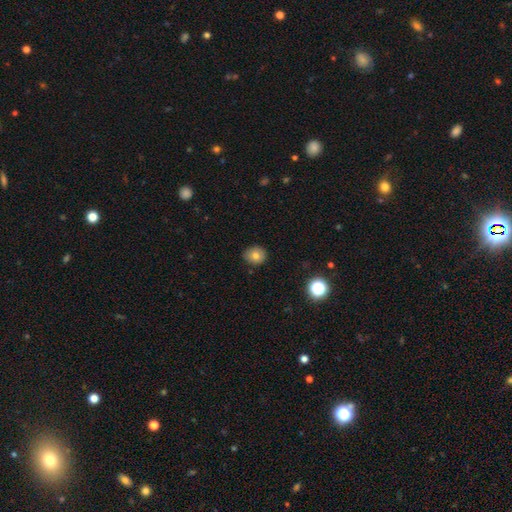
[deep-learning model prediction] The model was most divided on "how rounded": round: 73%, in between: 26%, cigar-shaped: 1%. More confident: merging — none (86%); smooth or featured — smooth (75%).